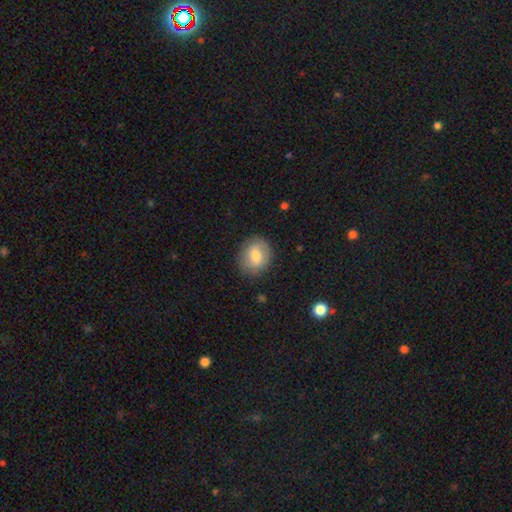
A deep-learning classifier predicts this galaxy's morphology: smooth_or_featured: smooth (p=0.74) [alt: featured or disk p=0.18]
how_rounded: round (p=0.61) [alt: in between p=0.37]
merging: none (p=0.83) [alt: minor disturbance p=0.12]